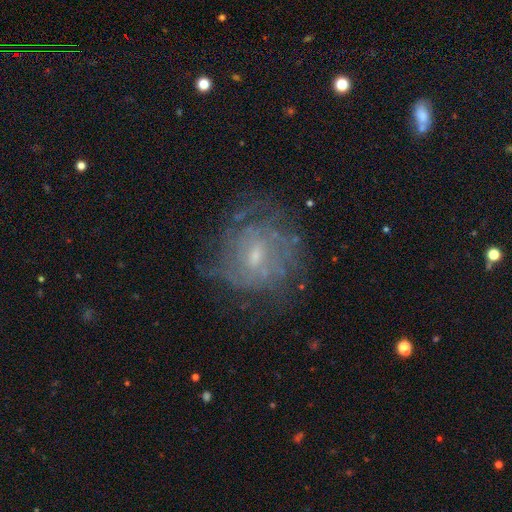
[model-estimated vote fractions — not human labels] Morphology: type=featured or disk (70%); edge-on=no (97%); bar=no (48%); spiral arms=yes (72%); bulge=small (63%); merging=none (66%).